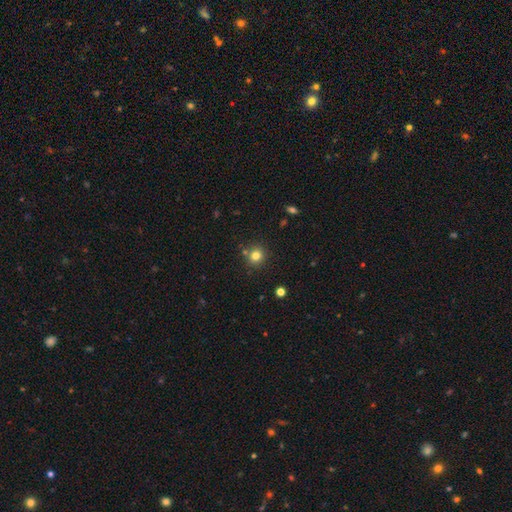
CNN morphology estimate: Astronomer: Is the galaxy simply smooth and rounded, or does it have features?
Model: smooth — 78%.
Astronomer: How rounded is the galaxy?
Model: round — 90%.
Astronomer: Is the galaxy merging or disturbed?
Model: none — 80%.